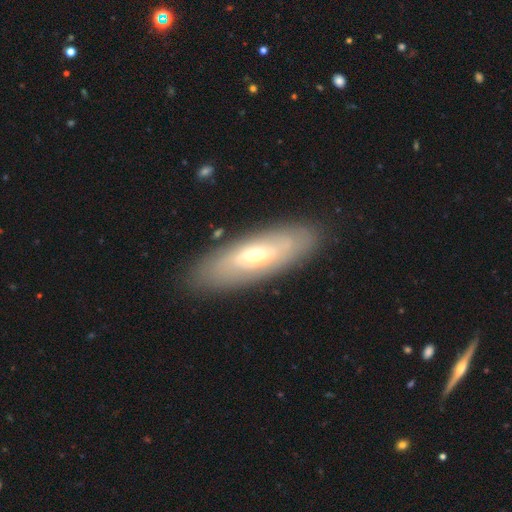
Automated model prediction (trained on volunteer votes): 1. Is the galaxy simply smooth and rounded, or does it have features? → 56% featured or disk, 38% smooth, 7% star or artifact.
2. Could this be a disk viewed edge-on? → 70% no, 30% yes.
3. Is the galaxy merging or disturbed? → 87% none, 9% minor disturbance, 3% major disturbance, 1% merger.